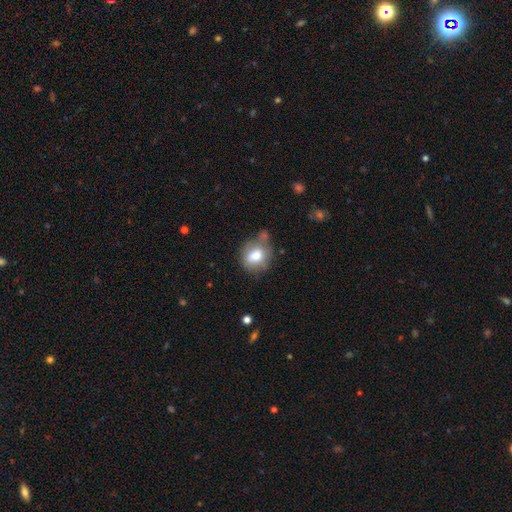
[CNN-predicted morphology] smooth 75%, featured or disk 16%, star or artifact 9%. Down the decision tree: how rounded — round (63%); merging — none (56%).